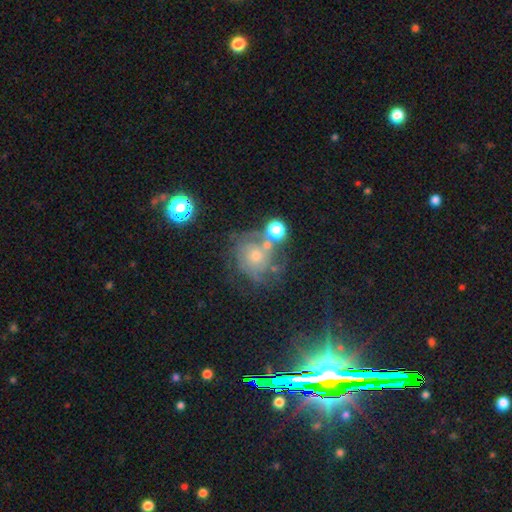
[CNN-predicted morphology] smooth_or_featured: featured or disk (p=0.57) [alt: smooth p=0.24]
disk_edge_on: no (p=0.97) [alt: yes p=0.03]
bar: no (p=0.81) [alt: weak p=0.16]
has_spiral_arms: yes (p=0.81) [alt: no p=0.19]
bulge_size: small (p=0.53) [alt: moderate p=0.38]
merging: none (p=0.51) [alt: minor disturbance p=0.18]